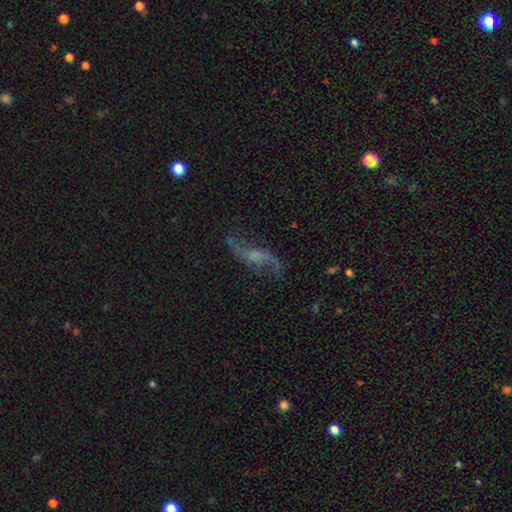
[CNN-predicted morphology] Smooth or featured?
  - featured or disk: 82% *
  - smooth: 9%
  - star or artifact: 9%
Edge-on disk?
  - no: 91% *
  - yes: 9%
Bar?
  - no: 49% *
  - weak: 38%
  - strong: 13%
Spiral arms?
  - yes: 93% *
  - no: 7%
Spiral winding?
  - loose: 91% *
  - medium: 7%
  - tight: 2%
Spiral arm count?
  - 2: 92% *
  - 1: 3%
  - can't tell: 2%
  - 3: 1%
  - 4: 1%
  - more than 4: 1%
Bulge size?
  - small: 43% *
  - none: 28%
  - moderate: 23%
  - large: 4%
  - dominant: 1%
Merging?
  - none: 73% *
  - minor disturbance: 14%
  - major disturbance: 10%
  - merger: 3%